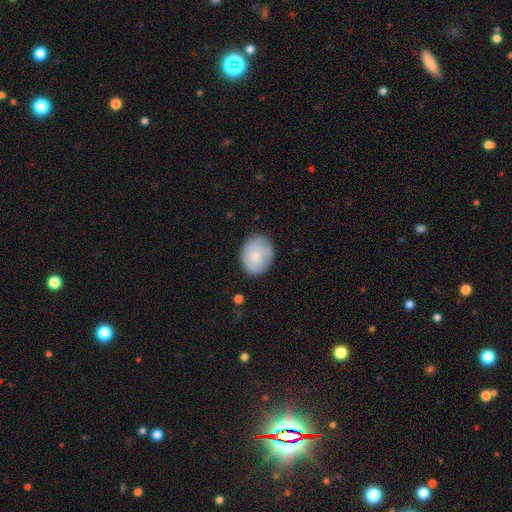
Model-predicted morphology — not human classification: Overall: smooth (72%). How rounded: in between (51%; round 48%). Merging: none (76%).